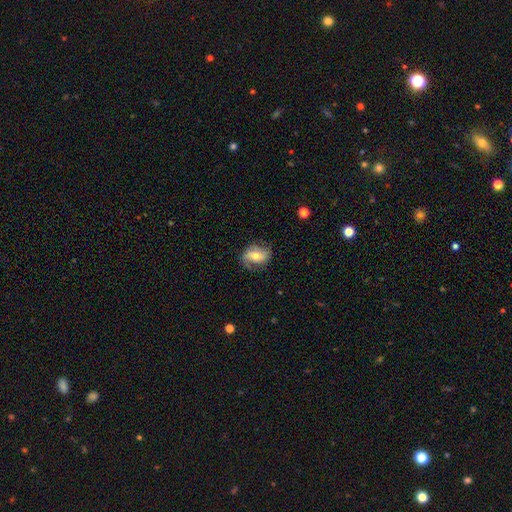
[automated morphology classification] Q: Smooth or featured?
A: featured or disk (54%); runner-up: smooth (38%)
Q: Edge-on disk?
A: no (95%); runner-up: yes (5%)
Q: Bar?
A: no (43%); runner-up: weak (35%)
Q: Spiral arms?
A: yes (80%); runner-up: no (20%)
Q: Bulge size?
A: moderate (58%); runner-up: small (35%)
Q: Merging?
A: none (72%); runner-up: minor disturbance (19%)